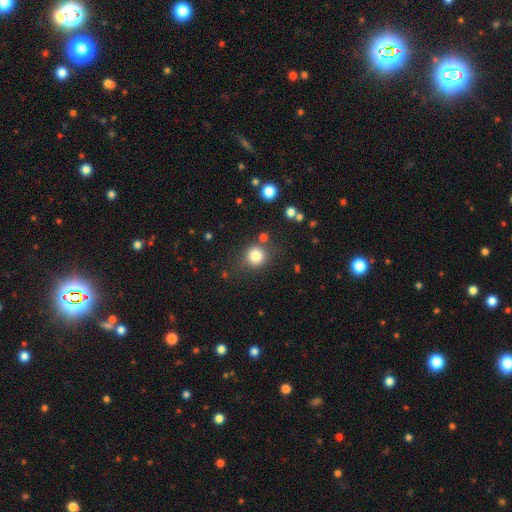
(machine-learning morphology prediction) This is clearly a smooth galaxy (82%). How rounded: clearly round (89%). Merging: likely none (78%).